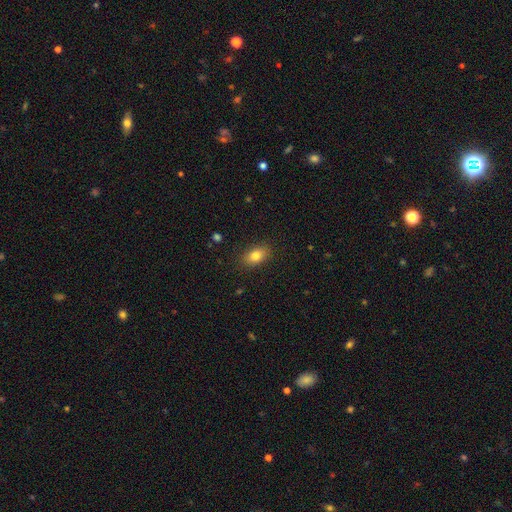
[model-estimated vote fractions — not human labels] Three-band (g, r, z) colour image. It shows a smooth galaxy with no disk features (82%) that is in between round and cigar-shaped (86%). Merging: none (87%).